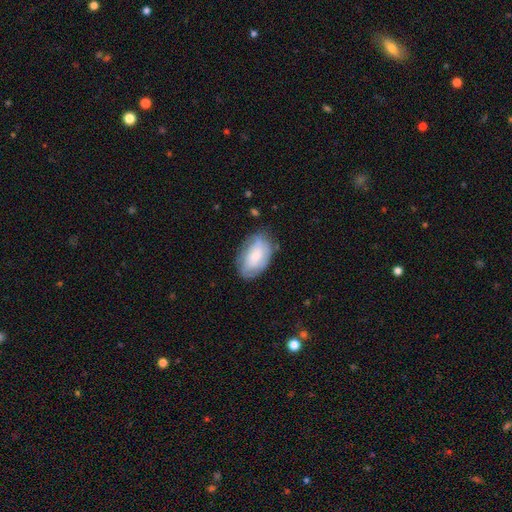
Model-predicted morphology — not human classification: Smooth or featured? Predicted: smooth (p=0.59). How rounded? Predicted: in between (p=0.92). Merging? Predicted: none (p=0.66).